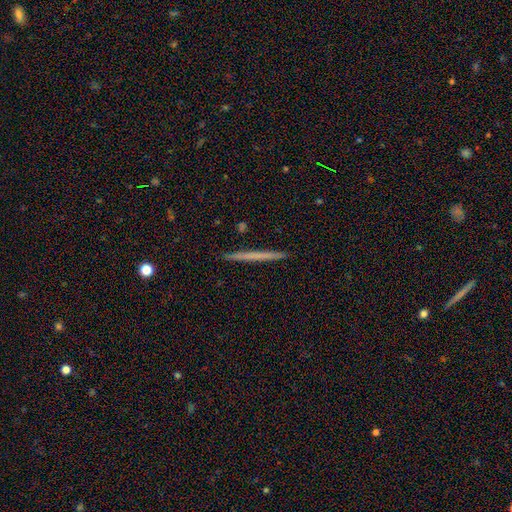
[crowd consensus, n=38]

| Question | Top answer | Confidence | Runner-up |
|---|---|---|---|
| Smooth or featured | smooth | 53% | featured or disk (39%) |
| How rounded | cigar-shaped | 85% | in between (15%) |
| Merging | none | 97% | minor disturbance (3%) |